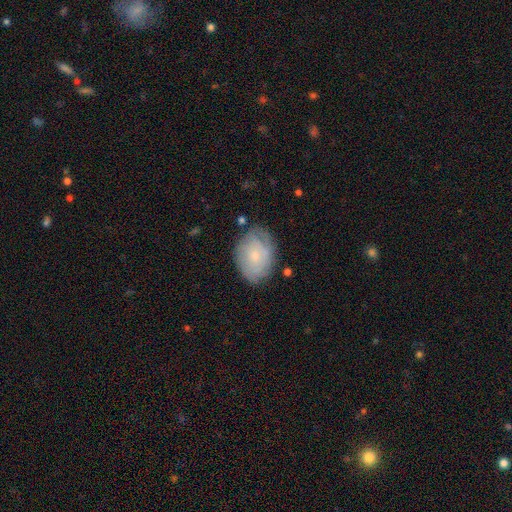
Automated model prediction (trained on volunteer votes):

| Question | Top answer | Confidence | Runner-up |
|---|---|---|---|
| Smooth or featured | smooth | 55% | featured or disk (38%) |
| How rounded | in between | 72% | round (27%) |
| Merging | none | 69% | minor disturbance (23%) |